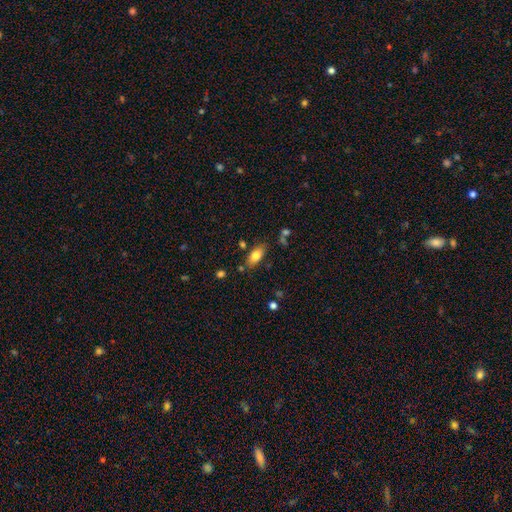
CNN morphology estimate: Smooth or featured? Predicted: smooth (p=0.78). How rounded? Predicted: in between (p=0.86). Merging? Predicted: none (p=0.77).